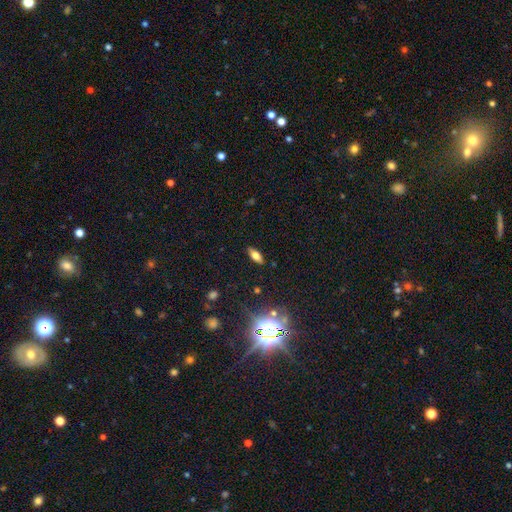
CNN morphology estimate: Smooth or featured: smooth — 61% (featured or disk — 23%)
How rounded: in between — 76% (cigar-shaped — 20%)
Merging: none — 87% (minor disturbance — 9%)